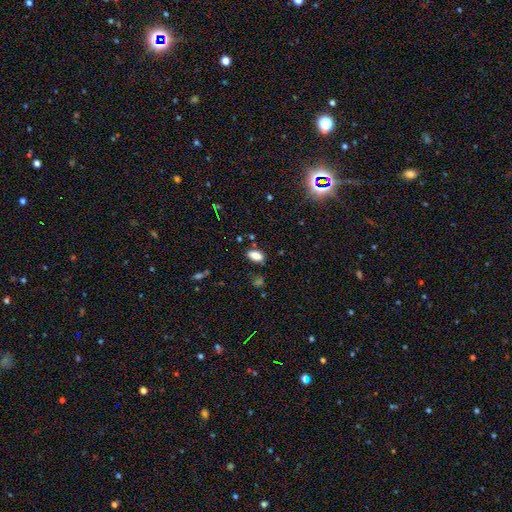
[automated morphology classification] This is clearly a smooth galaxy (85%). How rounded: clearly in between (91%). Merging: likely none (79%).